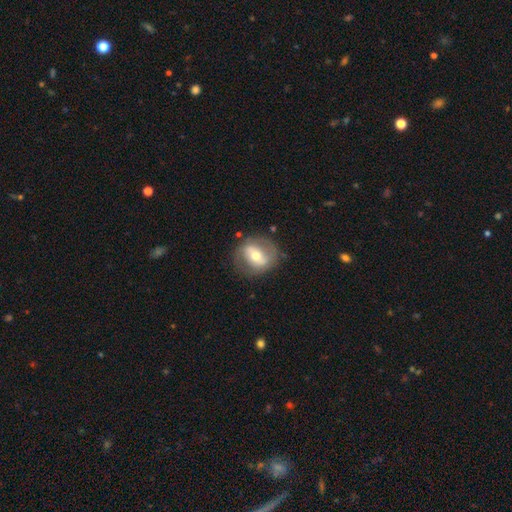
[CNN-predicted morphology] Smooth or featured? Predicted: featured or disk (p=0.55). Edge-on disk? Predicted: no (p=0.94). Bar? Predicted: strong (p=0.36). Spiral arms? Predicted: yes (p=0.50, tied with no). Bulge size? Predicted: moderate (p=0.64). Merging? Predicted: none (p=0.75).